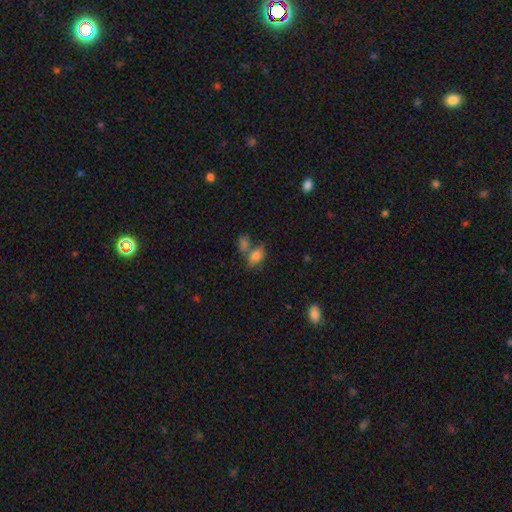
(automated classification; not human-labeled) Overall: smooth (79%). How rounded: in between (87%). Merging: none (42%; merger 37%).